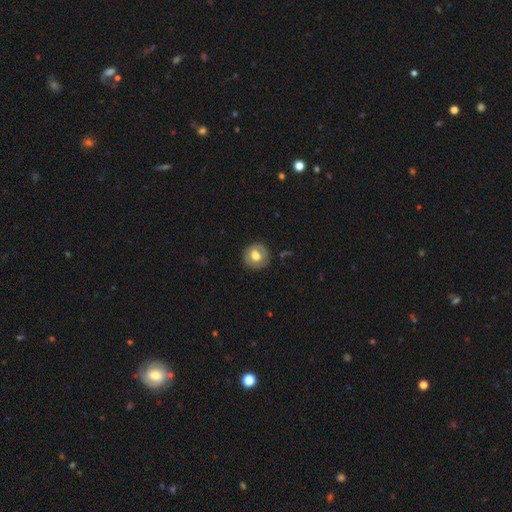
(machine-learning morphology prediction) This is possibly a smooth galaxy (58%). How rounded: clearly round (88%). Merging: clearly none (85%).